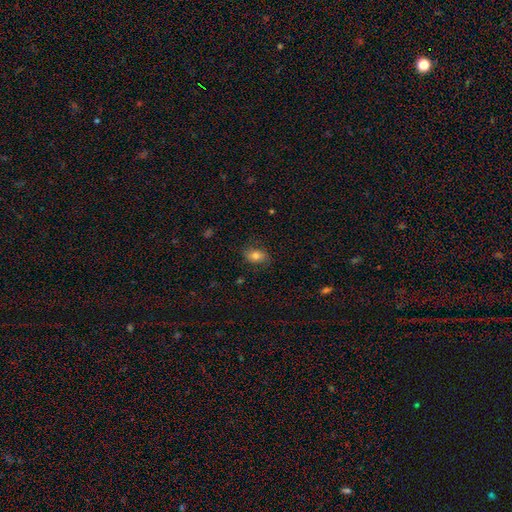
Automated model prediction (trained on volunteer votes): Morphology: type=smooth (77%); roundness=in between (83%); merging=none (79%).